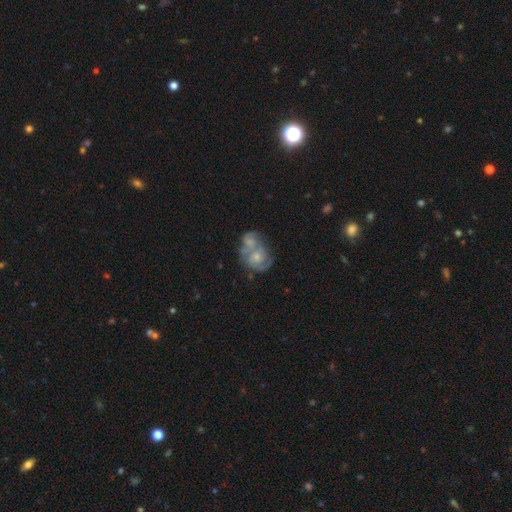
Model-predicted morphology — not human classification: Smooth or featured? Predicted: featured or disk (p=0.72). Edge-on disk? Predicted: no (p=0.98). Bar? Predicted: no (p=0.74). Spiral arms? Predicted: yes (p=0.84). Spiral winding? Predicted: medium (p=0.44). Spiral arm count? Predicted: 2 (p=0.53). Bulge size? Predicted: small (p=0.49). Merging? Predicted: merger (p=0.58).